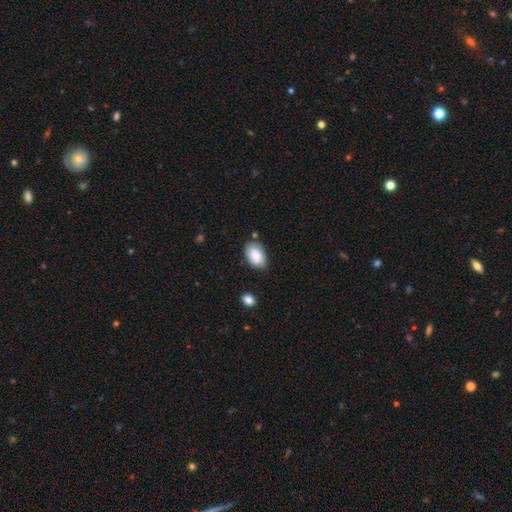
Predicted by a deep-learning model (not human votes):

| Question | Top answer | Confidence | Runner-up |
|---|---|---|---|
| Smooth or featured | smooth | 76% | featured or disk (17%) |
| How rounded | in between | 90% | round (9%) |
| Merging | none | 66% | minor disturbance (25%) |